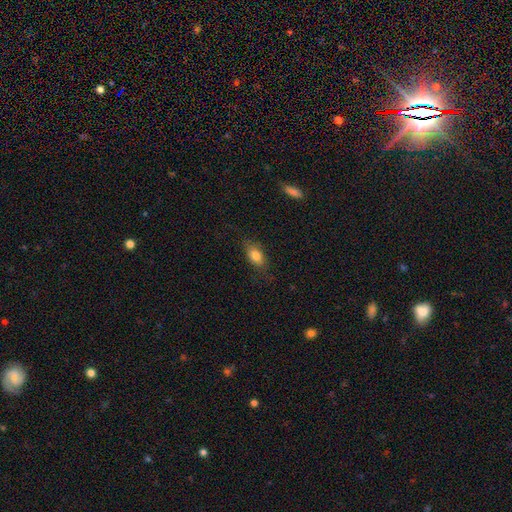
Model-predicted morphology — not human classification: smooth_or_featured: smooth (p=0.81) [alt: featured or disk p=0.11]
how_rounded: in between (p=0.84) [alt: round p=0.10]
merging: none (p=0.76) [alt: minor disturbance p=0.17]